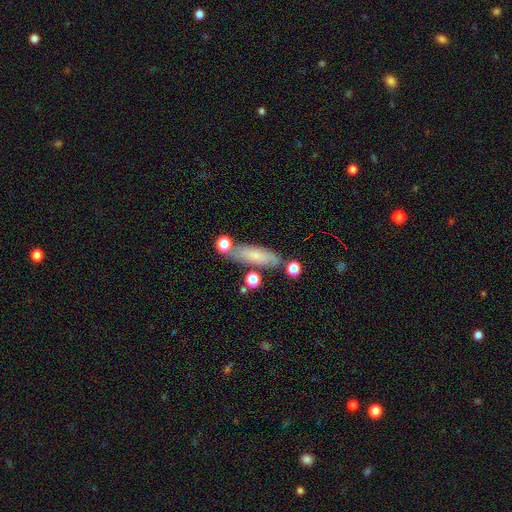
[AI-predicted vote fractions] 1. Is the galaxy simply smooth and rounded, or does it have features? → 66% smooth, 25% featured or disk, 9% star or artifact.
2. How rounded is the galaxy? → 49% cigar-shaped, 47% in between, 4% round.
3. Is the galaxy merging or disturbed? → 67% none, 17% minor disturbance, 10% merger, 5% major disturbance.